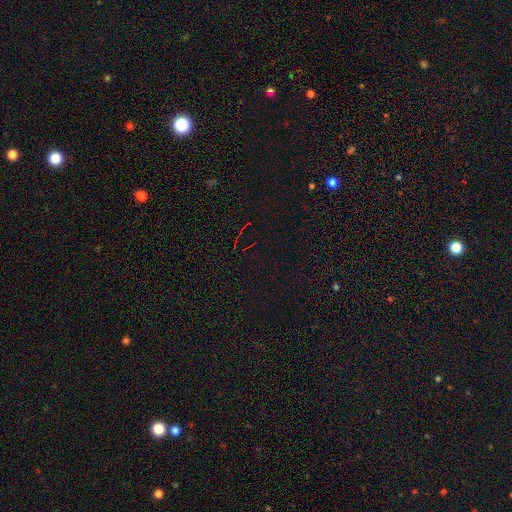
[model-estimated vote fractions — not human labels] Q: Smooth or featured?
A: star or artifact (78%); runner-up: smooth (11%)